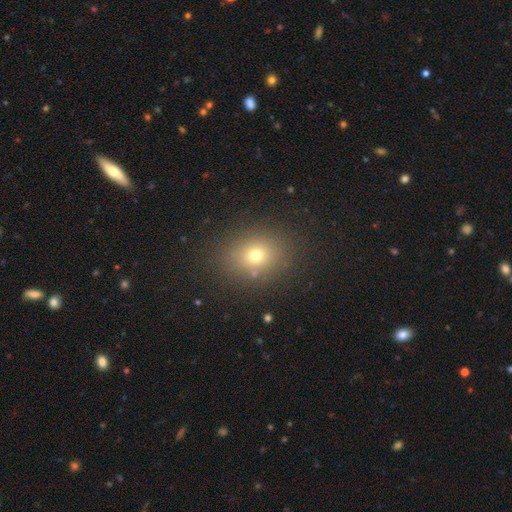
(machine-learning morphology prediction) This appears to be a smooth galaxy with no disk features (70%) that is round (56%). Merging: none (85%).